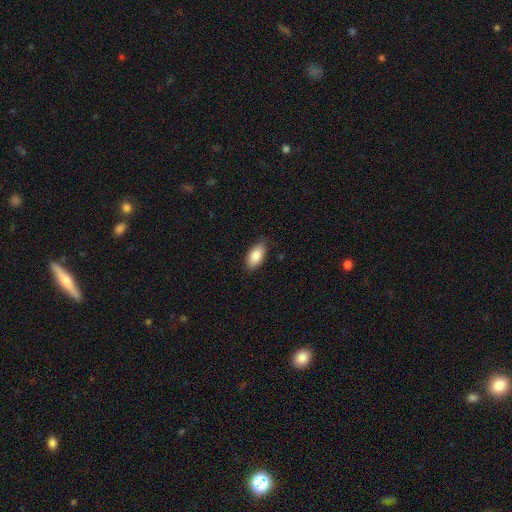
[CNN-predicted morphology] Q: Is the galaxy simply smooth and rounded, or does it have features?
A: smooth — 85%.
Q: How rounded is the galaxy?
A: in between — 92%.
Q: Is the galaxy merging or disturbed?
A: none — 84%.